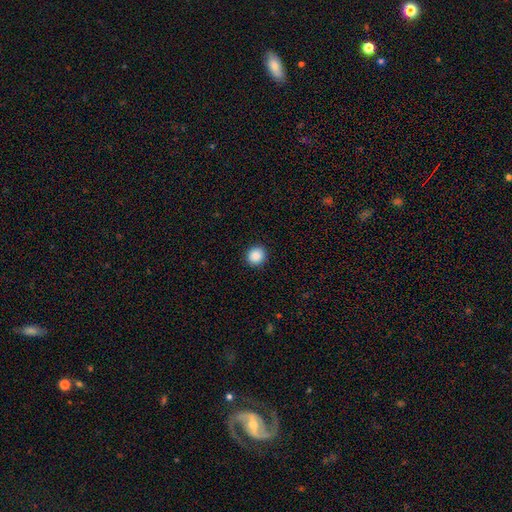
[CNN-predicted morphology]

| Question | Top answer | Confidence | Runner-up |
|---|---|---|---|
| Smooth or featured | smooth | 89% | star or artifact (9%) |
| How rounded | round | 88% | in between (11%) |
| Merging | none | 91% | minor disturbance (6%) |